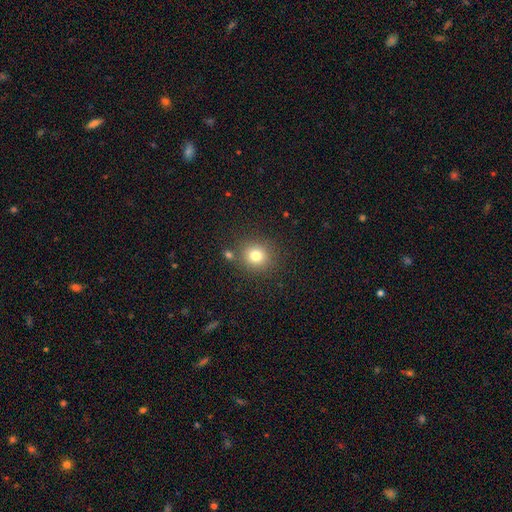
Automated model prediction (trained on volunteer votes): smooth_or_featured: smooth (p=0.79) [alt: star or artifact p=0.13]
how_rounded: round (p=0.87) [alt: in between p=0.12]
merging: none (p=0.81) [alt: minor disturbance p=0.09]